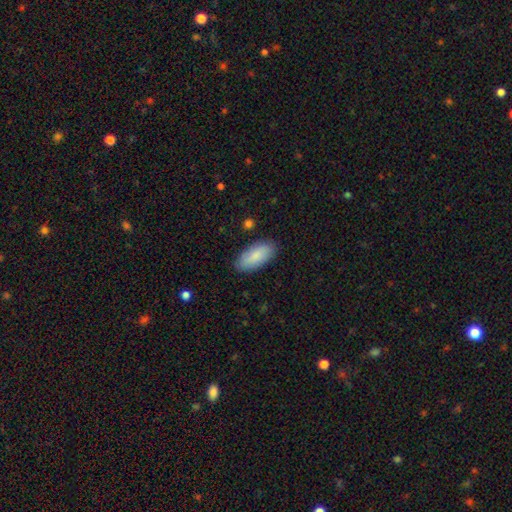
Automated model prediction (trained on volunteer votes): Morphology: type=smooth (85%); roundness=in between (88%); merging=none (87%).